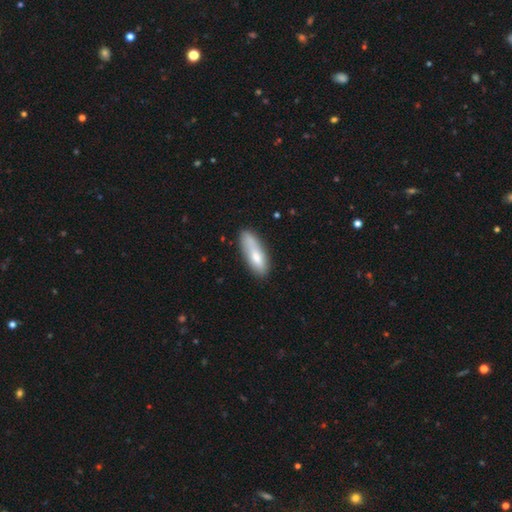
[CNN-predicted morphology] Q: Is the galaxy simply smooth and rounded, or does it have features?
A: smooth — 73%.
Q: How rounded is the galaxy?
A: in between — 53%.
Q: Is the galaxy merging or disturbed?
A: none — 66%.